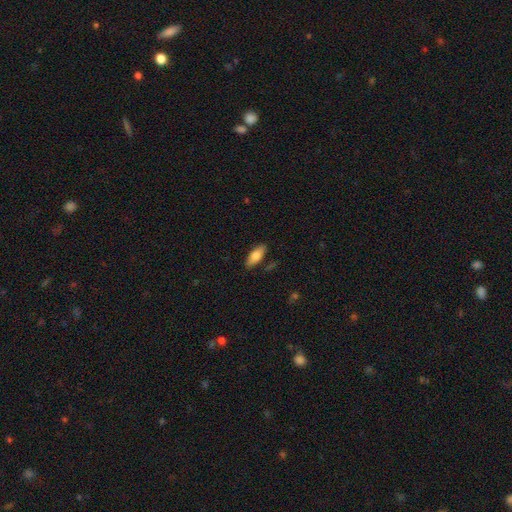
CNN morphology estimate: Smooth or featured? Predicted: smooth (p=0.78). How rounded? Predicted: in between (p=0.73). Merging? Predicted: none (p=0.84).